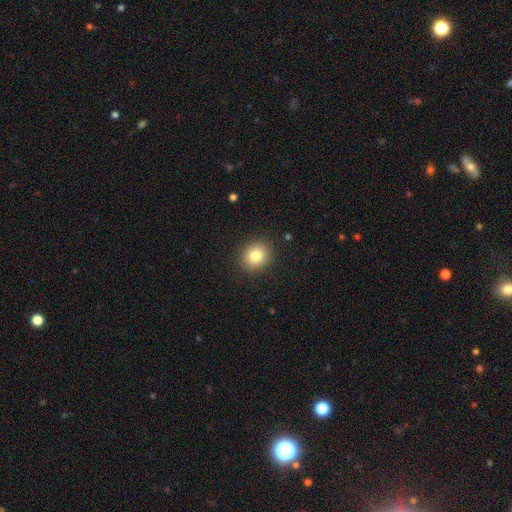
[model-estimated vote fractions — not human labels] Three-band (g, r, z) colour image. It shows a smooth galaxy with no disk features (82%) that is round (79%). Merging: none (90%).